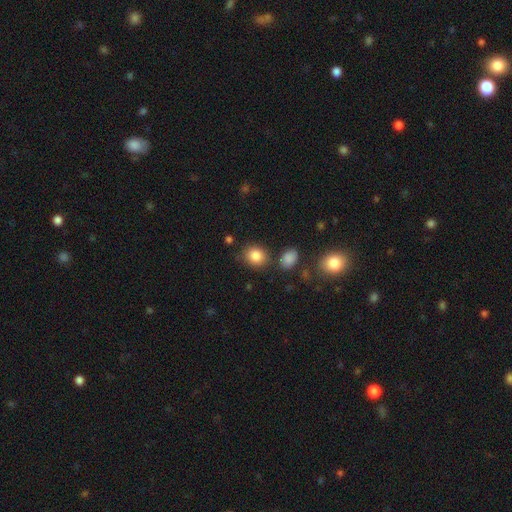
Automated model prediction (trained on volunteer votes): Q: Smooth or featured?
A: smooth (85%); runner-up: star or artifact (9%)
Q: How rounded?
A: round (66%); runner-up: in between (33%)
Q: Merging?
A: none (78%); runner-up: minor disturbance (12%)